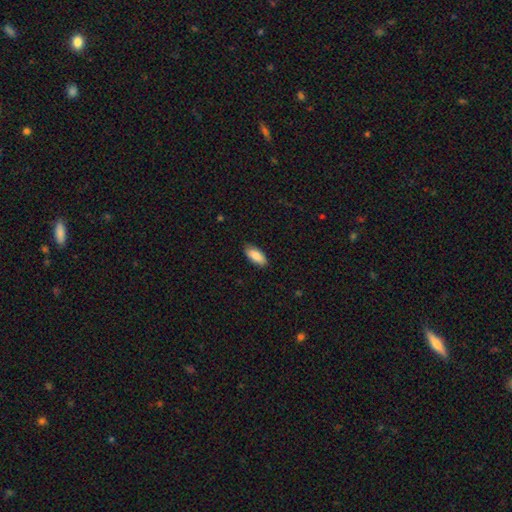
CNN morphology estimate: Q: Smooth or featured?
A: smooth (84%); runner-up: featured or disk (10%)
Q: How rounded?
A: in between (87%); runner-up: cigar-shaped (11%)
Q: Merging?
A: none (86%); runner-up: minor disturbance (11%)